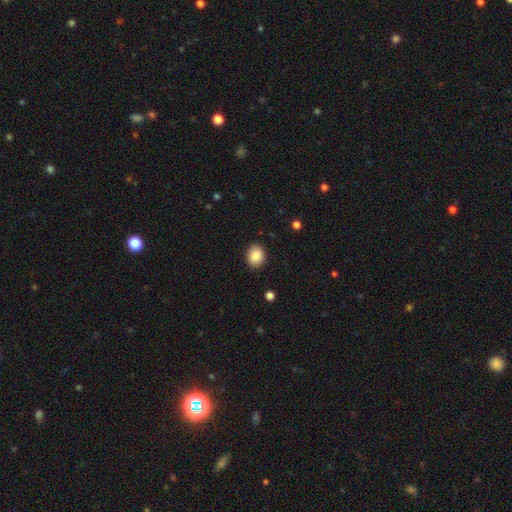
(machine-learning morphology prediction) This appears to be a smooth galaxy with no disk features (87%) that is round (59%). Merging: none (89%).